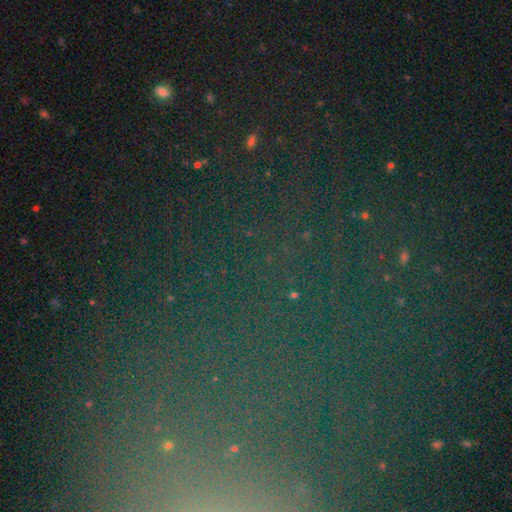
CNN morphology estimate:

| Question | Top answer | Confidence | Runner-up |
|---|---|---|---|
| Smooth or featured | star or artifact | 81% | smooth (12%) |